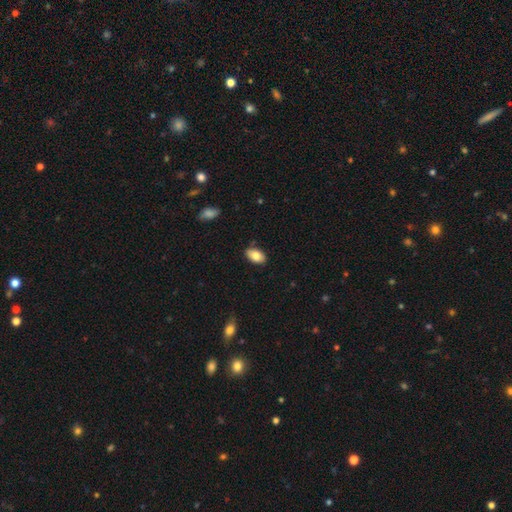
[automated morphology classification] The model was most divided on "merging": none: 80%, minor disturbance: 16%, major disturbance: 2%, merger: 2%. More confident: how rounded — in between (93%); smooth or featured — smooth (83%).